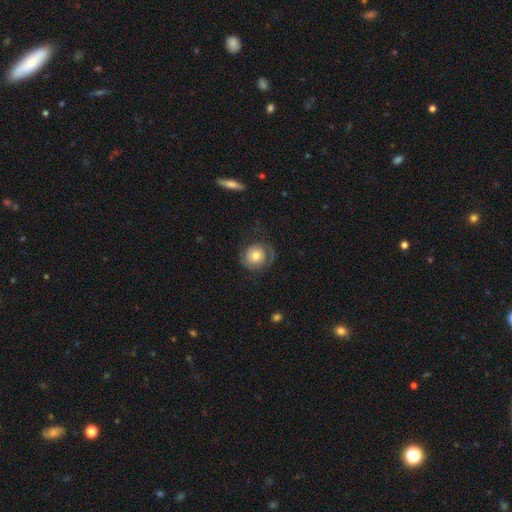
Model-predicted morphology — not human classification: This is possibly a featured or disk galaxy (50%). It is clearly not viewed edge-on (97%). Merging: likely none (65%).